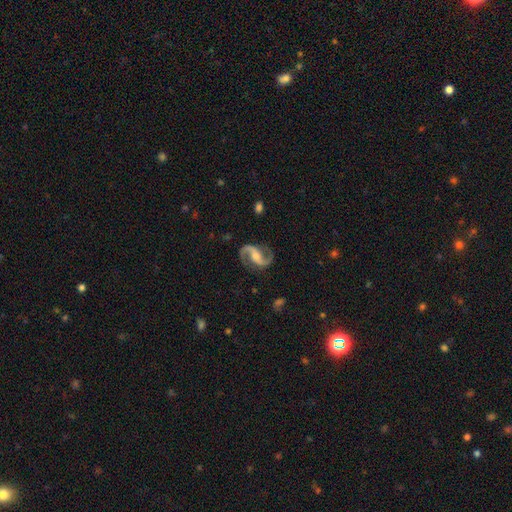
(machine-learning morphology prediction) A featured or disk galaxy (92%) with a weak bar (40%), 2 (94%) loose (48%) spiral arms (98%) and a moderate central bulge (47%).

Vote fractions:
- Smooth or featured? featured or disk: 92% / star or artifact: 4% / smooth: 4%
- Edge-on disk? no: 98% / yes: 2%
- Bar? weak: 40% / no: 35% / strong: 25%
- Spiral arms? yes: 98% / no: 2%
- Spiral winding? loose: 48% / medium: 43% / tight: 9%
- Spiral arm count? 2: 94% / 1: 1% / can't tell: 1% / 3: 1% / 4: 1% / more than 4: 1%
- Bulge size? moderate: 47% / small: 35% / none: 10% / large: 7% / dominant: 2%
- Merging? none: 83% / minor disturbance: 11% / major disturbance: 4% / merger: 1%